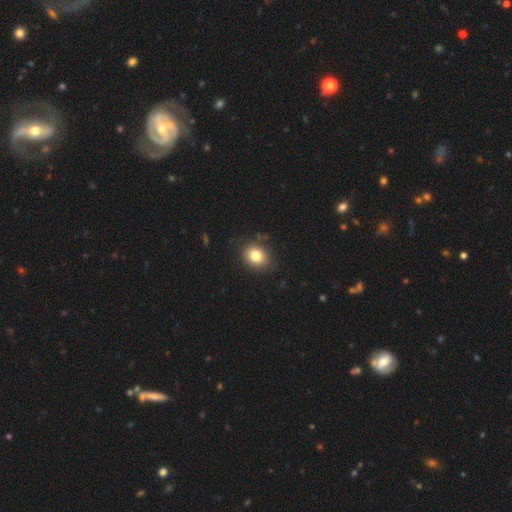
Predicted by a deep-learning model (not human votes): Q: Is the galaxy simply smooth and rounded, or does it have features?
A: smooth — 82%.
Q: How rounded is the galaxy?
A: round — 54%.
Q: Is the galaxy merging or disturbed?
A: none — 85%.